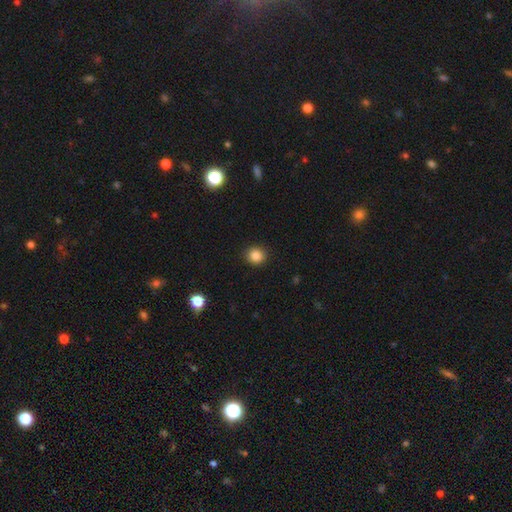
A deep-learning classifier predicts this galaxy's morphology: Overall: smooth (85%). How rounded: round (88%). Merging: none (91%).